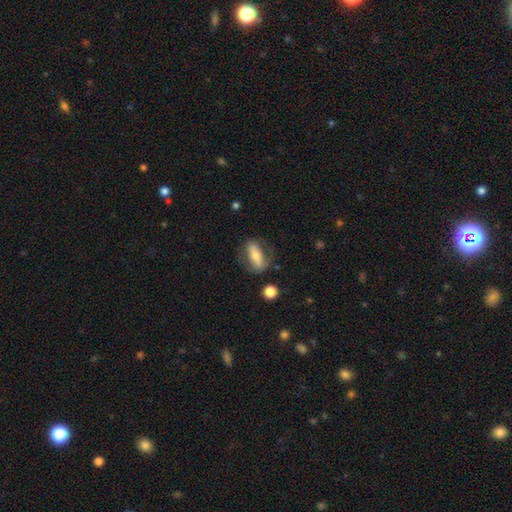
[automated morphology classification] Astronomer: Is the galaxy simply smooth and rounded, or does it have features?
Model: smooth — 52% (runner-up: featured or disk, 41%).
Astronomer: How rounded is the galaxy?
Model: in between — 68%.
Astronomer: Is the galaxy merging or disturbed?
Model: none — 69%.